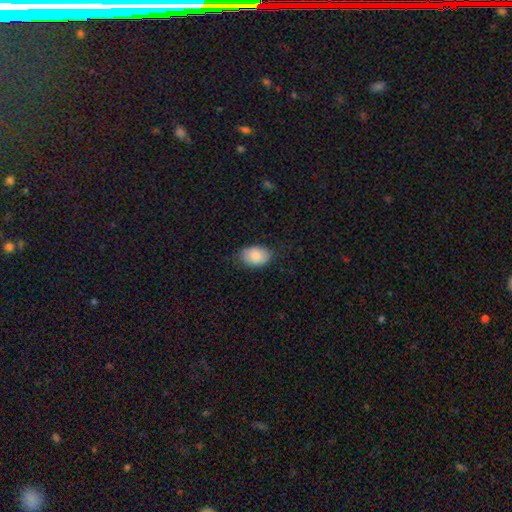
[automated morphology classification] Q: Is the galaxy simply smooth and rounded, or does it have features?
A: smooth — 85%.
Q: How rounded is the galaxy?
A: in between — 85%.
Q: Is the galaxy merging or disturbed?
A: none — 78%.